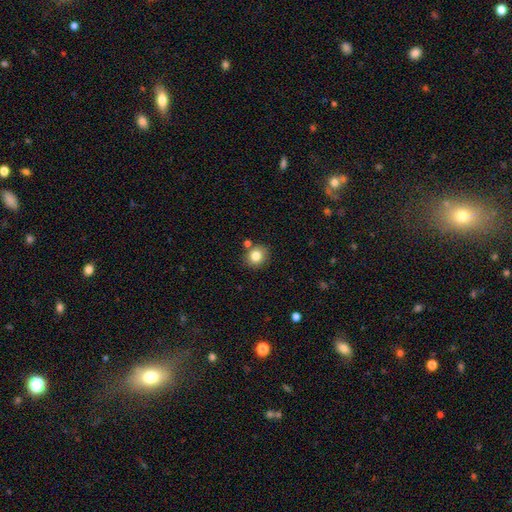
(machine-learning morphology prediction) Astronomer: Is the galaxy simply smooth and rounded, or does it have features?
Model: smooth — 82%.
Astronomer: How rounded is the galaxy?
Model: round — 81%.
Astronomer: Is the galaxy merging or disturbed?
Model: none — 79%.